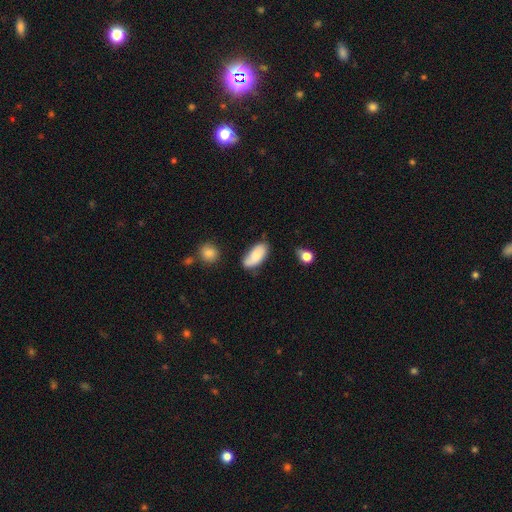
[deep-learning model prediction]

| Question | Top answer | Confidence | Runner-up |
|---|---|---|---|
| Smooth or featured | smooth | 76% | featured or disk (17%) |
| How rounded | in between | 91% | cigar-shaped (6%) |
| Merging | none | 63% | minor disturbance (26%) |